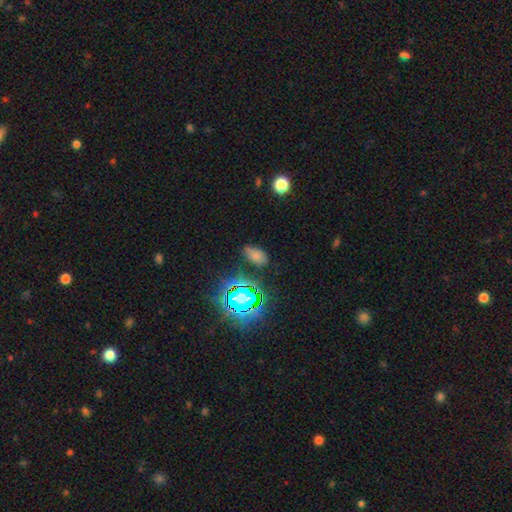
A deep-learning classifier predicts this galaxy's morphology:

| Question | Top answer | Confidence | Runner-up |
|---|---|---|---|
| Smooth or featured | smooth | 60% | star or artifact (28%) |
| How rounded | in between | 89% | round (7%) |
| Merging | none | 70% | minor disturbance (21%) |